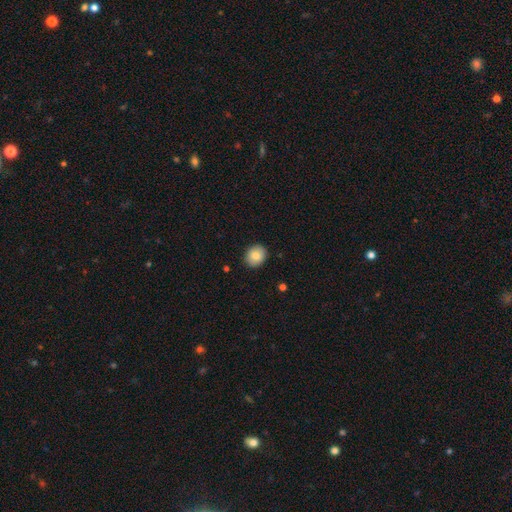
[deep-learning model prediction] The model was most divided on "how rounded": round: 71%, in between: 28%, cigar-shaped: 1%. More confident: merging — none (89%); smooth or featured — smooth (85%).